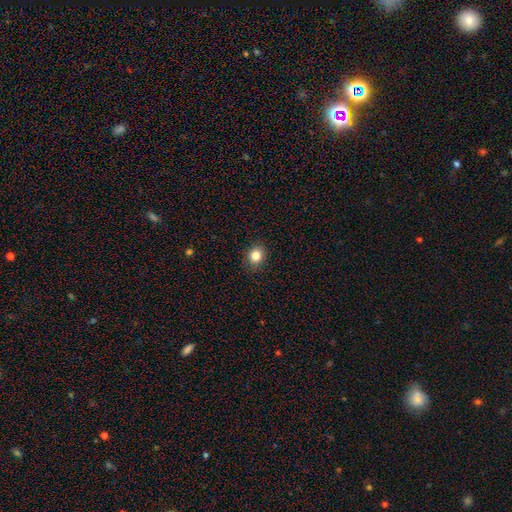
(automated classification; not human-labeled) A smooth galaxy with no disk features (83%) that is round (72%).

Vote fractions:
- Smooth or featured? smooth: 83% / star or artifact: 11% / featured or disk: 6%
- How rounded? round: 72% / in between: 27% / cigar-shaped: 1%
- Merging? none: 90% / minor disturbance: 7% / major disturbance: 2% / merger: 1%